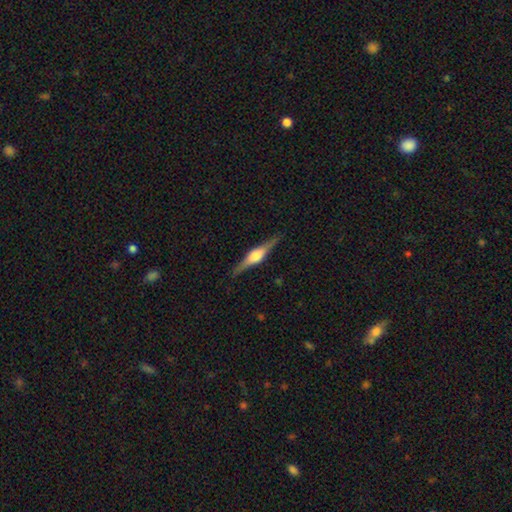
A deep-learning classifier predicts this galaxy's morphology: type=featured or disk (81%); edge-on=yes (98%); edge-on bulge=rounded (86%); merging=none (89%).